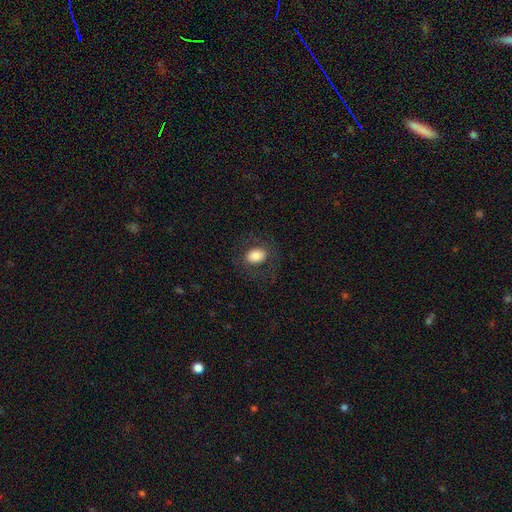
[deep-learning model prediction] Morphology: type=smooth (78%); roundness=in between (74%); merging=none (76%).